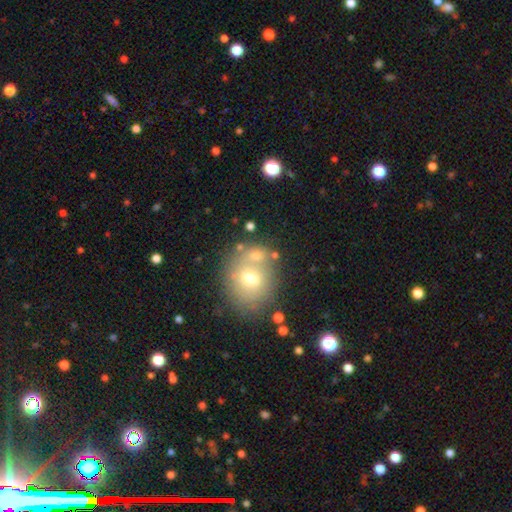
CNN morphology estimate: smooth-or-featured: smooth: 62% | featured or disk: 23% | star or artifact: 15%
  how-rounded: round: 71% | in between: 28% | cigar-shaped: 1%
  merging: none: 55% | merger: 25% | minor disturbance: 13% | major disturbance: 6%